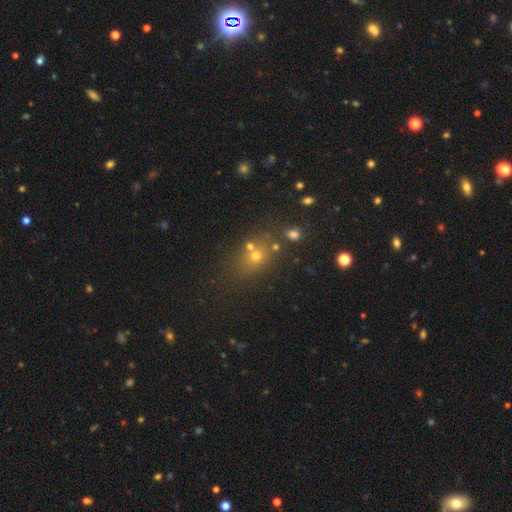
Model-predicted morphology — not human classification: Overall: smooth (56%; star or artifact 28%). How rounded: round (60%; in between 38%). Merging: none (58%; merger 25%).